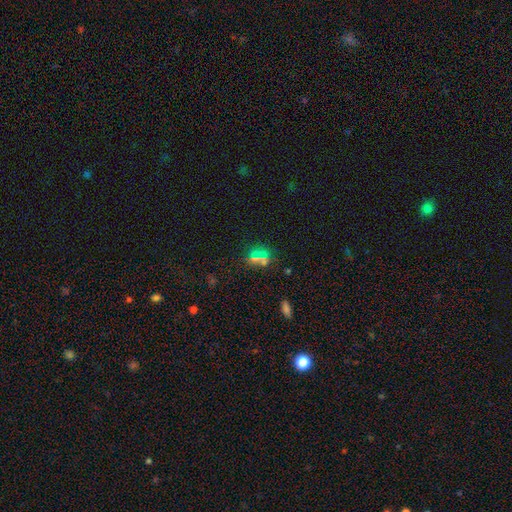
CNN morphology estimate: This is possibly a smooth galaxy (45%). Merging: likely none (70%).